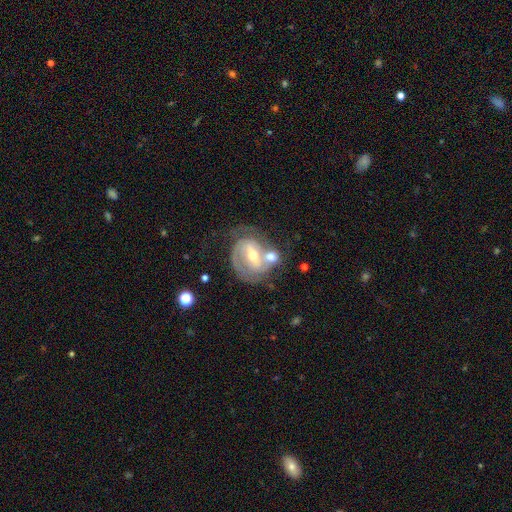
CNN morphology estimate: Smooth or featured?
  - featured or disk: 81% *
  - smooth: 13%
  - star or artifact: 7%
Edge-on disk?
  - no: 96% *
  - yes: 4%
Bar?
  - weak: 41% *
  - strong: 35%
  - no: 24%
Spiral arms?
  - yes: 87% *
  - no: 13%
Spiral winding?
  - tight: 53% *
  - medium: 36%
  - loose: 12%
Spiral arm count?
  - 2: 61% *
  - can't tell: 17%
  - 1: 12%
  - 3: 6%
  - 4: 2%
  - more than 4: 2%
Bulge size?
  - moderate: 57% *
  - small: 38%
  - large: 3%
  - none: 1%
  - dominant: 1%
Merging?
  - none: 41% *
  - merger: 32%
  - minor disturbance: 15%
  - major disturbance: 12%